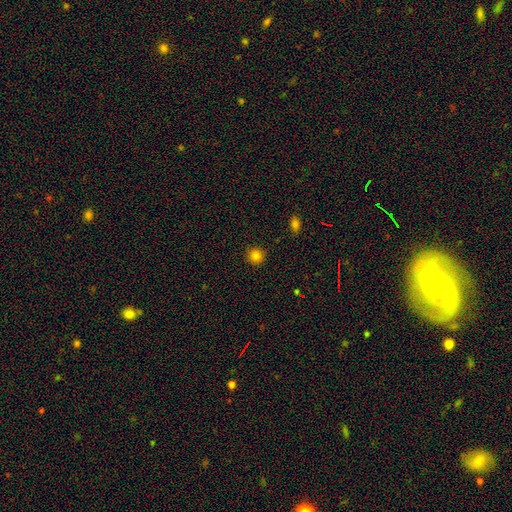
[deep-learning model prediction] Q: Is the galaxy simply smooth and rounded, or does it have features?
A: smooth — 82%.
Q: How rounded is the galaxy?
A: round — 94%.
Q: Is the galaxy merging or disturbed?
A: none — 92%.